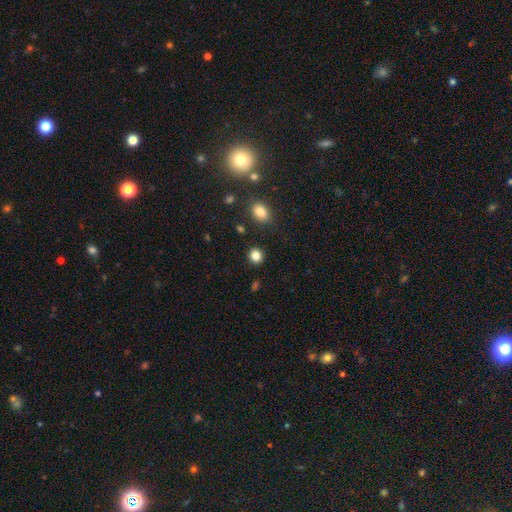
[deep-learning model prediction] smooth-or-featured: smooth: 85% | star or artifact: 11% | featured or disk: 4%
  how-rounded: round: 80% | in between: 19% | cigar-shaped: 1%
  merging: none: 89% | minor disturbance: 6% | major disturbance: 2% | merger: 2%